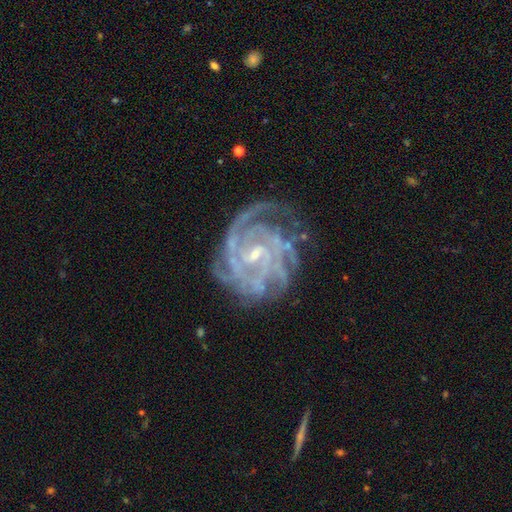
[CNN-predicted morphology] Smooth or featured? featured or disk (90%)
Edge-on disk? no (98%)
Bar? weak (52%)
Spiral arms? yes (98%)
Spiral winding? tight (71%)
Spiral arm count? 4 (26%)
Bulge size? small (70%)
Merging? none (68%)